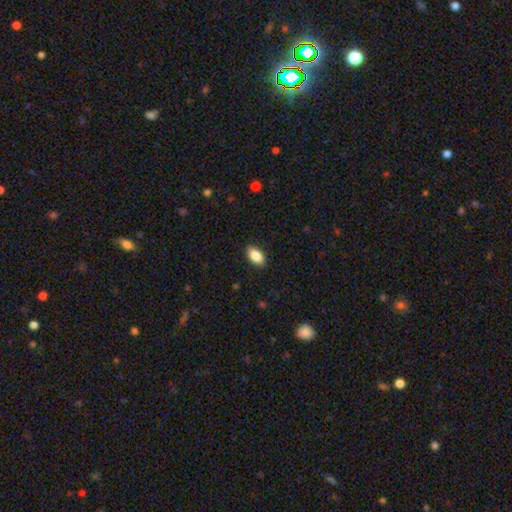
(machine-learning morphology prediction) smooth 87%, star or artifact 7%, featured or disk 6%. Down the decision tree: how rounded — in between (93%); merging — none (89%).